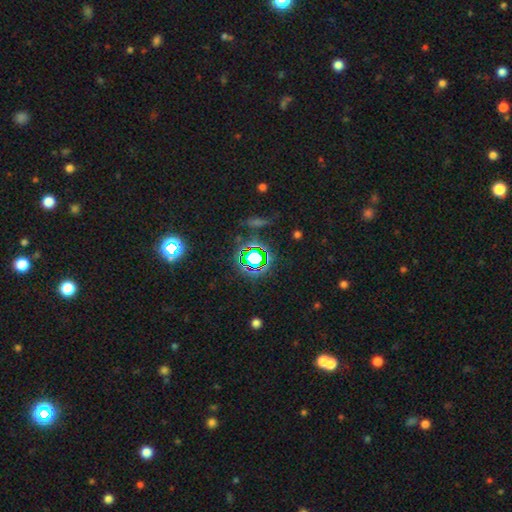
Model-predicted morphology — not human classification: Smooth or featured? star or artifact (73%)